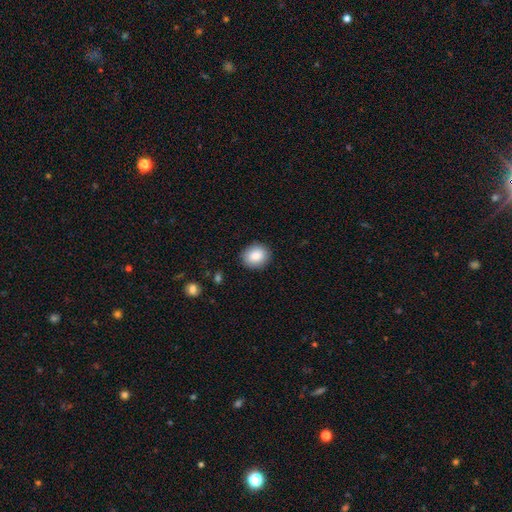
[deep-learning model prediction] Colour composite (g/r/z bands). It shows a smooth galaxy with no disk features (87%) that is round (62%). Merging: none (88%).